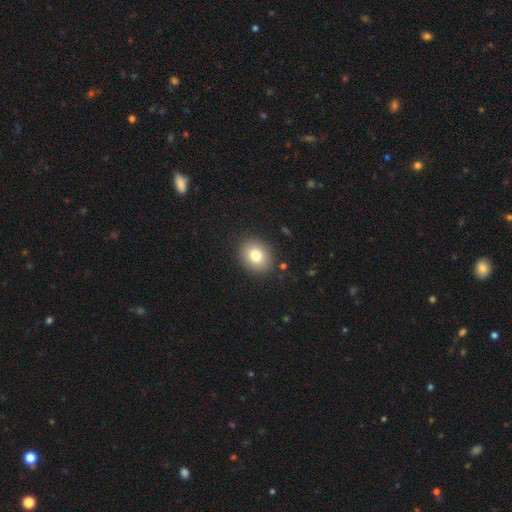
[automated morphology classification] smooth 80%, star or artifact 10%, featured or disk 10%. Down the decision tree: how rounded — round (64%); merging — none (88%).